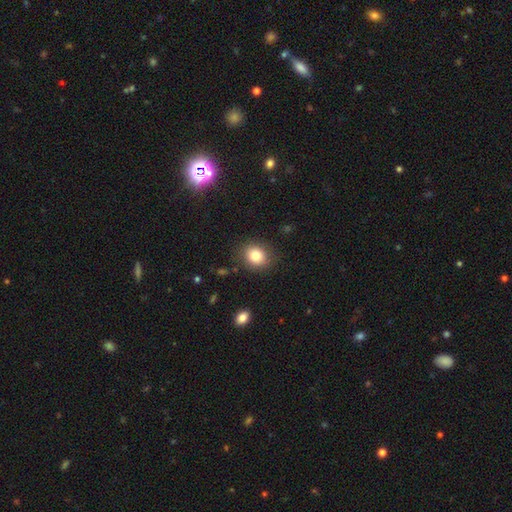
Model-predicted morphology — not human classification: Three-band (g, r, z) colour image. It shows a smooth galaxy with no disk features (81%) that is round (64%). Merging: none (85%).